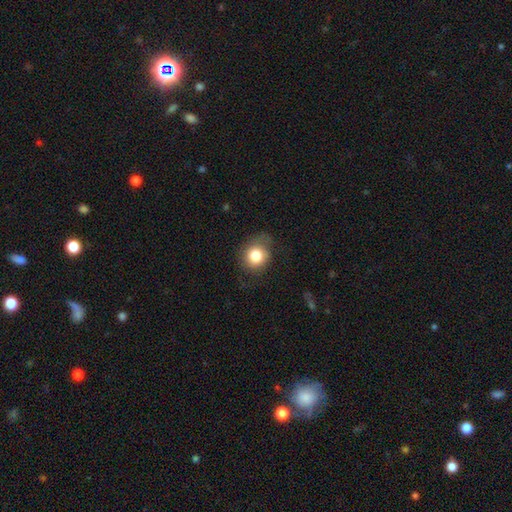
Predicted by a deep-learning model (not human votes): A smooth galaxy with no disk features (80%) that is round (78%). Merging: none (68%).